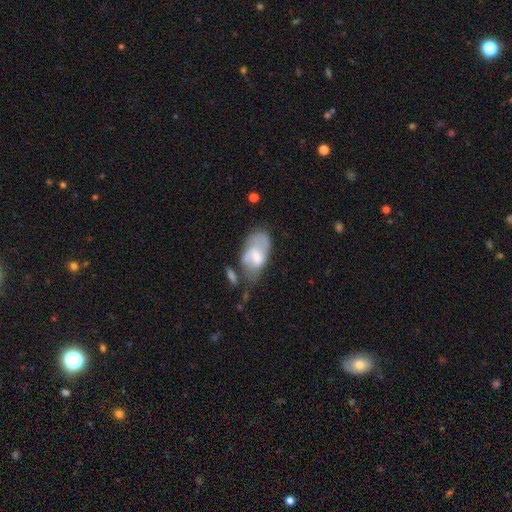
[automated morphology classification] type=featured or disk (50%); merging=none (34%).